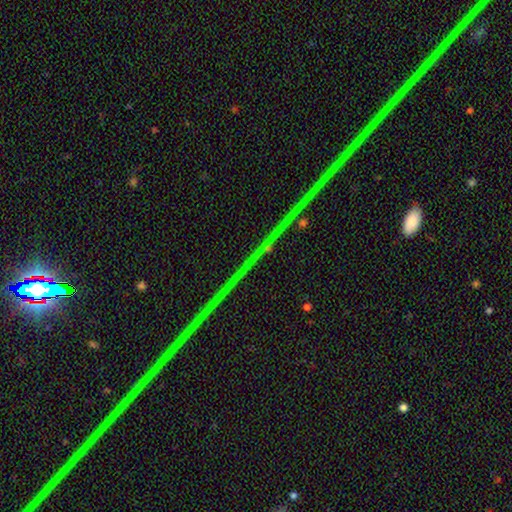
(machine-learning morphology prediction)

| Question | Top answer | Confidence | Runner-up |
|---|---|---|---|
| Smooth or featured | star or artifact | 86% | featured or disk (9%) |